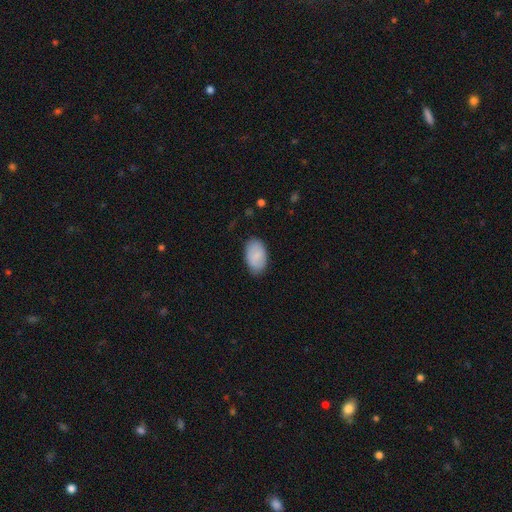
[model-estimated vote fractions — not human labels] This is clearly a smooth galaxy (84%). How rounded: clearly in between (93%). Merging: likely none (79%).